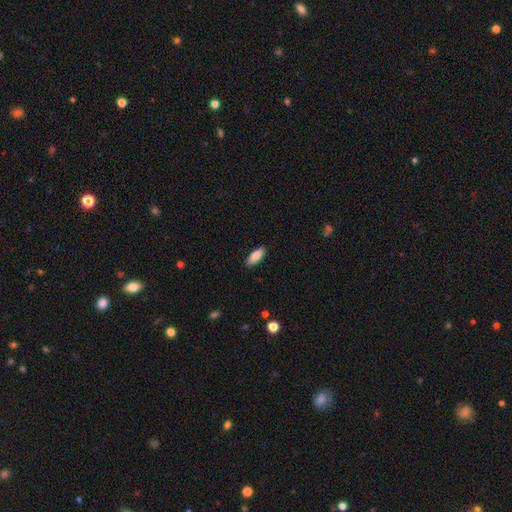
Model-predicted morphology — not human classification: Smooth or featured?
  - smooth: 85% *
  - featured or disk: 9%
  - star or artifact: 6%
How rounded?
  - in between: 78% *
  - cigar-shaped: 20%
  - round: 2%
Merging?
  - none: 88% *
  - minor disturbance: 9%
  - major disturbance: 2%
  - merger: 1%